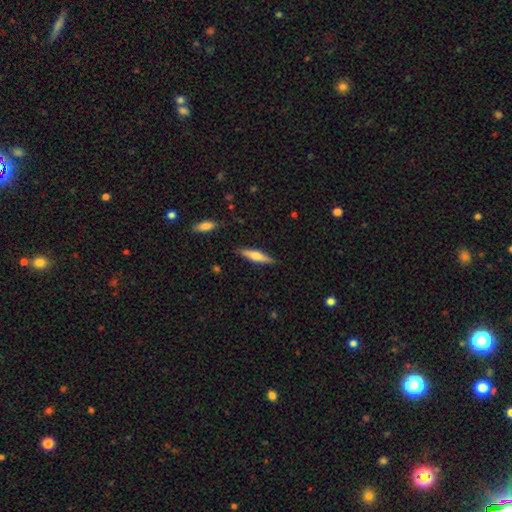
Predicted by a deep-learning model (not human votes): The model was most divided on "smooth or featured": smooth: 55%, featured or disk: 39%, star or artifact: 6%. More confident: merging — none (87%); how rounded — cigar-shaped (76%).